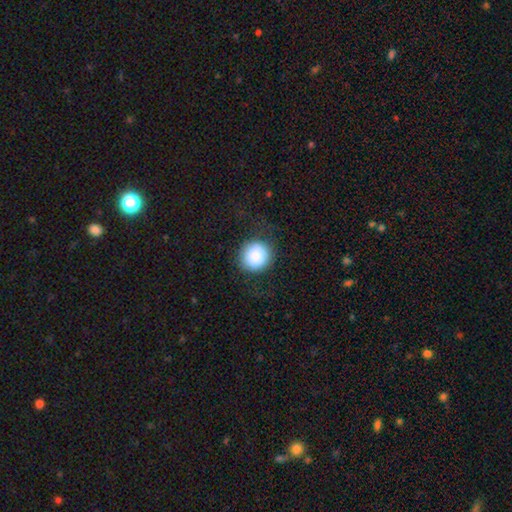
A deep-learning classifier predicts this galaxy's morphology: This appears to be a smooth galaxy with no disk features (85%) that is round (89%). Merging: none (78%).